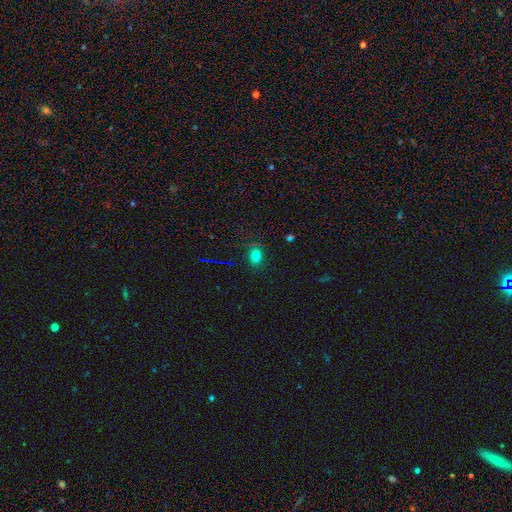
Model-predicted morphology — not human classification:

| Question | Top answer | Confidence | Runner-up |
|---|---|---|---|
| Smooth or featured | smooth | 73% | star or artifact (20%) |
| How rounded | in between | 71% | round (28%) |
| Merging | none | 80% | minor disturbance (14%) |